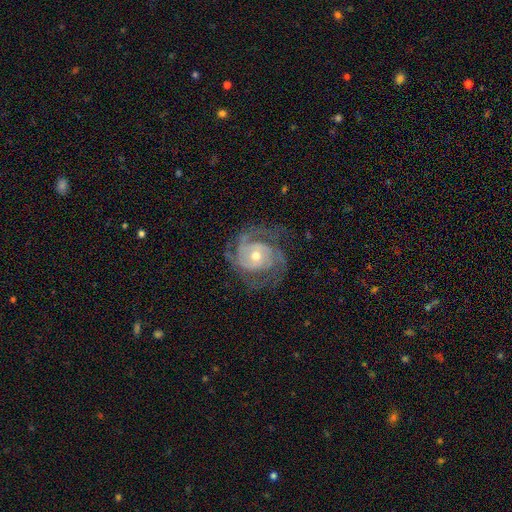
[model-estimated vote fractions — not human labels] A featured or disk galaxy (90%) with no bar (70%), 3 (35%) tight (54%) spiral arms (97%) and a moderate central bulge (61%). Merging: none (70%).